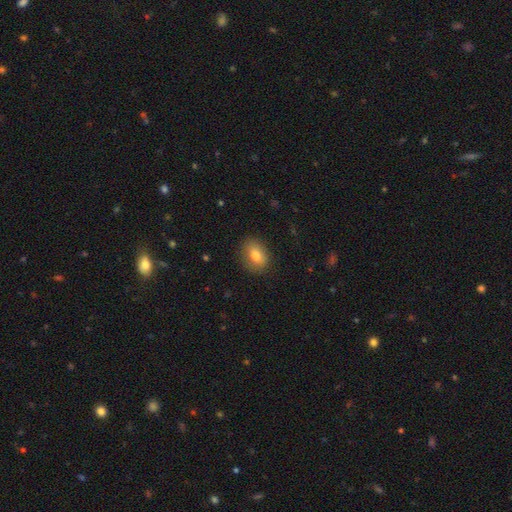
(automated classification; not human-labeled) Overall: smooth (81%). How rounded: in between (72%). Merging: none (82%).